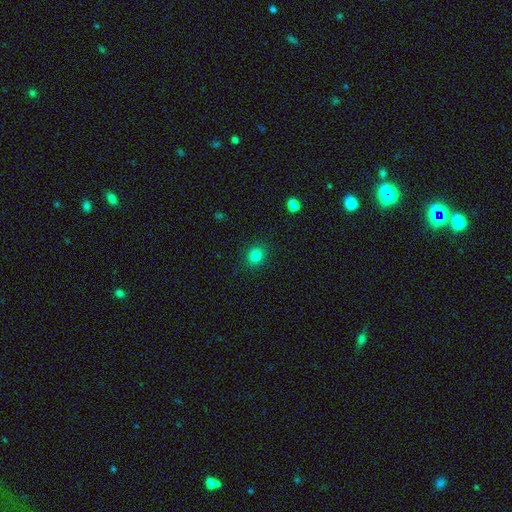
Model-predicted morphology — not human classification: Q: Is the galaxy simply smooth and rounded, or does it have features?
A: smooth — 82%.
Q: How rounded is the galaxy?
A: round — 70%.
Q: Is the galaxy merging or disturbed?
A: none — 89%.